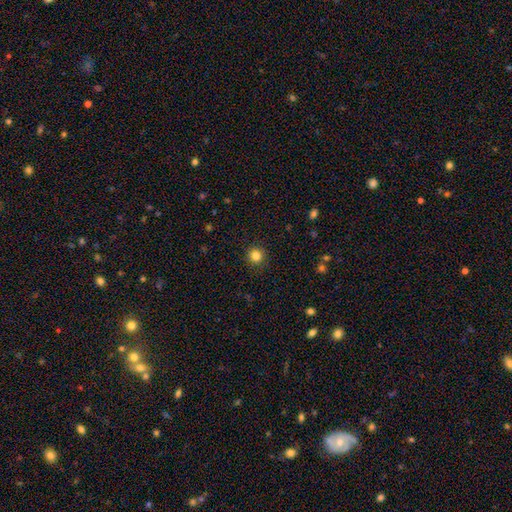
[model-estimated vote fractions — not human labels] Overall: smooth (83%). How rounded: round (95%). Merging: none (92%).